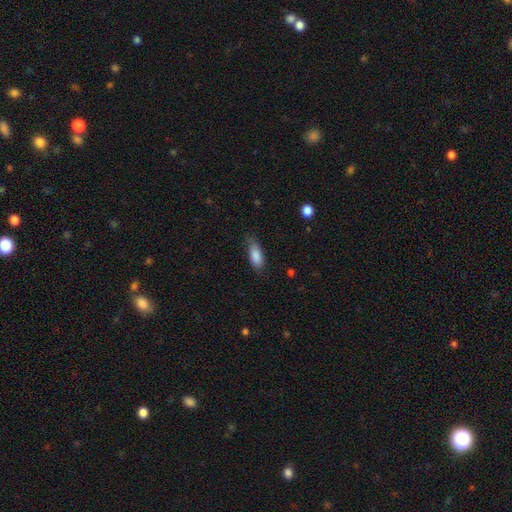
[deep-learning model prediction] Smooth or featured? Predicted: smooth (p=0.86). How rounded? Predicted: in between (p=0.80). Merging? Predicted: none (p=0.65).